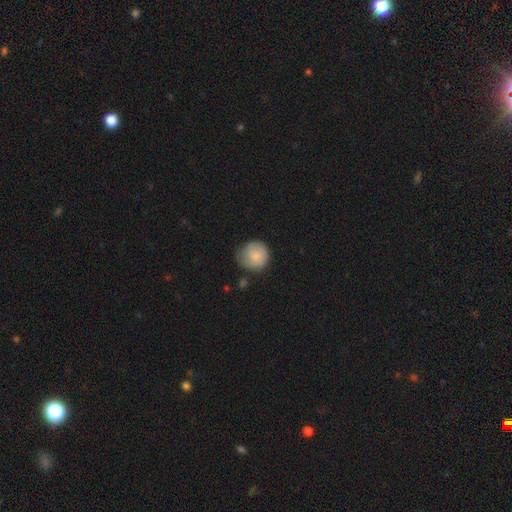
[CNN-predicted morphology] This is likely a smooth galaxy (80%). How rounded: clearly round (89%). Merging: possibly none (60%).